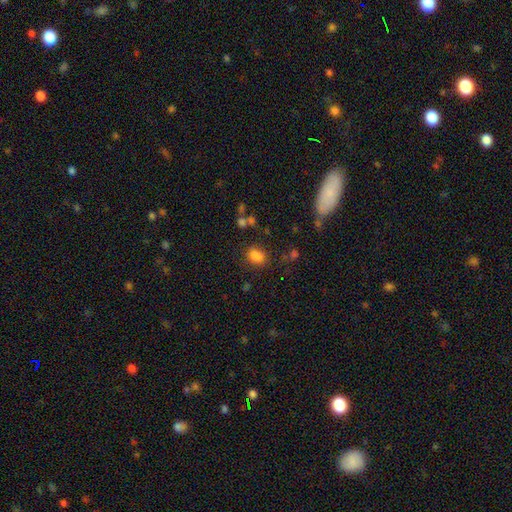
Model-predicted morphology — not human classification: This is likely a smooth galaxy (80%). How rounded: likely in between (65%). Merging: likely none (69%).